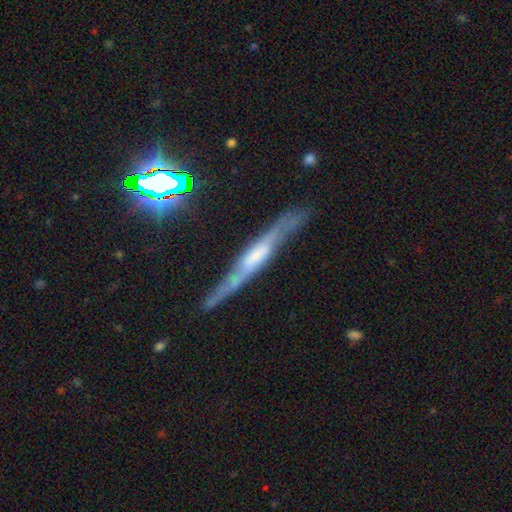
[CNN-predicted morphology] Smooth or featured: featured or disk — 72% (smooth — 20%)
Edge-on disk: yes — 84% (no — 16%)
Edge-on bulge: boxy — 37% (rounded — 32%)
Merging: none — 76% (minor disturbance — 17%)